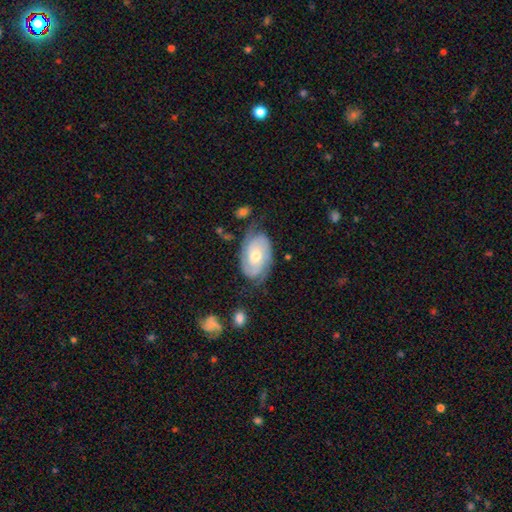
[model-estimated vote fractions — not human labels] Smooth or featured?
  - featured or disk: 79% *
  - smooth: 16%
  - star or artifact: 5%
Edge-on disk?
  - no: 96% *
  - yes: 4%
Bar?
  - no: 71% *
  - weak: 23%
  - strong: 5%
Spiral arms?
  - yes: 94% *
  - no: 6%
Spiral winding?
  - tight: 62% *
  - medium: 29%
  - loose: 9%
Spiral arm count?
  - 2: 67% *
  - can't tell: 18%
  - 3: 8%
  - 1: 3%
  - 4: 2%
  - more than 4: 2%
Bulge size?
  - moderate: 57% *
  - small: 38%
  - large: 3%
  - none: 1%
  - dominant: 1%
Merging?
  - none: 67% *
  - minor disturbance: 21%
  - major disturbance: 9%
  - merger: 2%